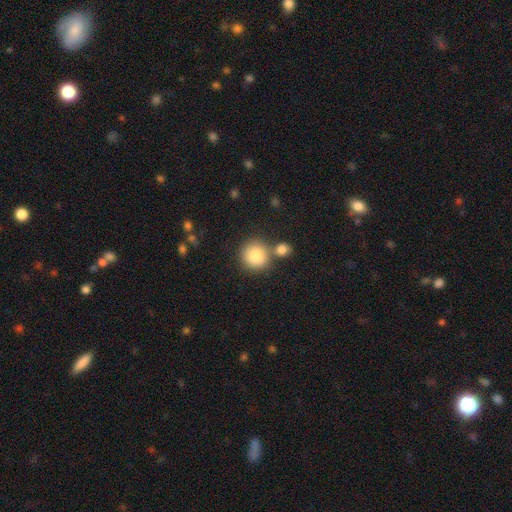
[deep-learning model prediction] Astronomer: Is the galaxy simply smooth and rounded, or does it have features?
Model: smooth — 85%.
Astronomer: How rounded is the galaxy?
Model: round — 90%.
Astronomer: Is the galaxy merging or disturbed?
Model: none — 64%.